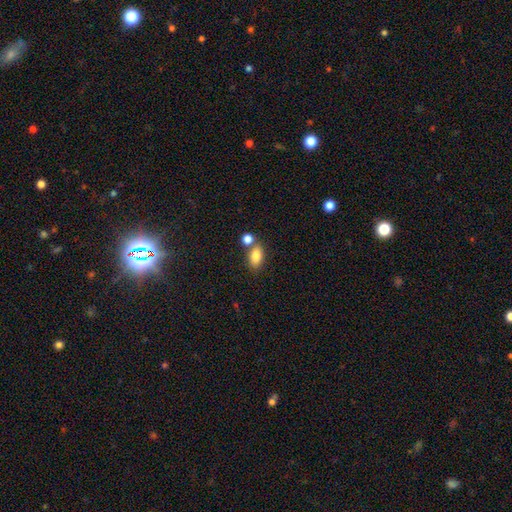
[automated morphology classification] Overall: smooth (83%). How rounded: in between (86%). Merging: none (61%; merger 24%).